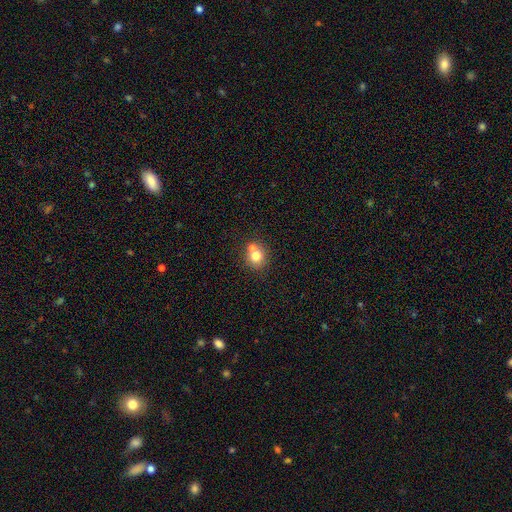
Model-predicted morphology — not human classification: This appears to be a smooth galaxy with no disk features (74%) that is round (83%). Merging: none (49%).